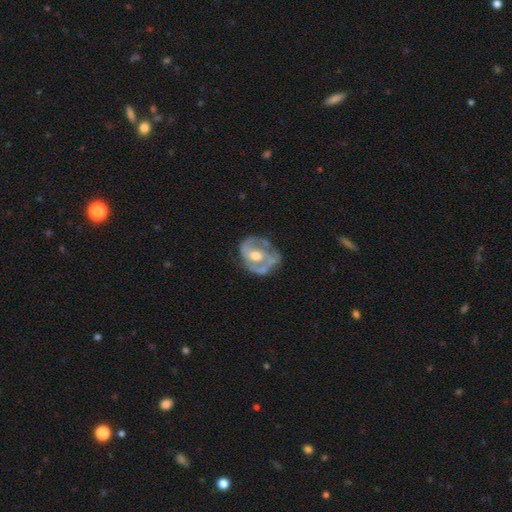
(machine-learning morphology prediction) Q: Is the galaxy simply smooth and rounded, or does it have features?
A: featured or disk — 75%.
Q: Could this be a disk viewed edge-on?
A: no — 97%.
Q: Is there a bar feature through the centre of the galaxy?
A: no — 57%.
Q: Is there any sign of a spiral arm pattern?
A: yes — 64%.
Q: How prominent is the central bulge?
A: moderate — 71%.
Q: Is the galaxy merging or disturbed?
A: none — 54%.